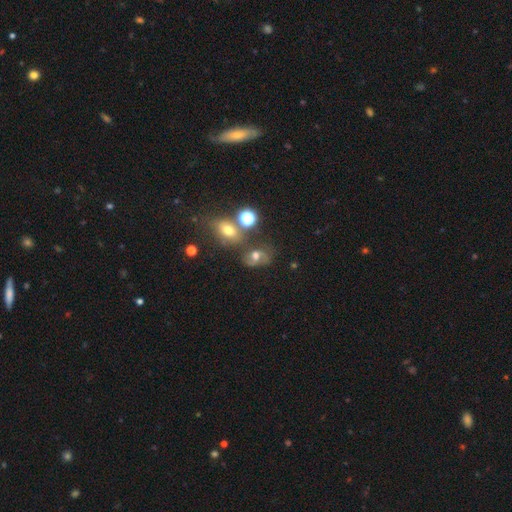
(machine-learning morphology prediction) smooth-or-featured: smooth: 44% | featured or disk: 35% | star or artifact: 20%
  merging: none: 50% | minor disturbance: 21% | merger: 15% | major disturbance: 13%